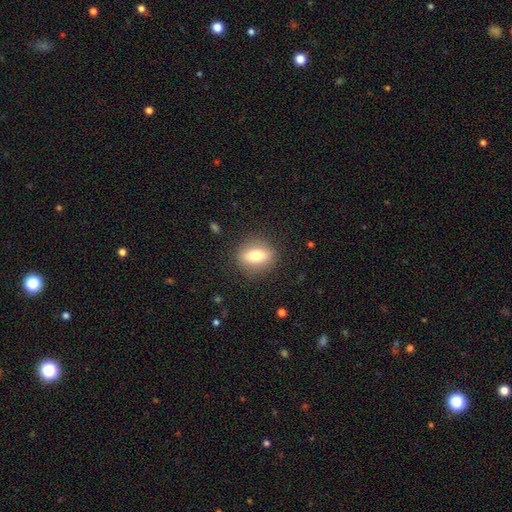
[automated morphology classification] A smooth galaxy with no disk features (73%) that is in between round and cigar-shaped (61%).

Vote fractions:
- Smooth or featured? smooth: 73% / featured or disk: 19% / star or artifact: 9%
- How rounded? in between: 61% / round: 34% / cigar-shaped: 5%
- Merging? none: 86% / minor disturbance: 9% / major disturbance: 4% / merger: 1%